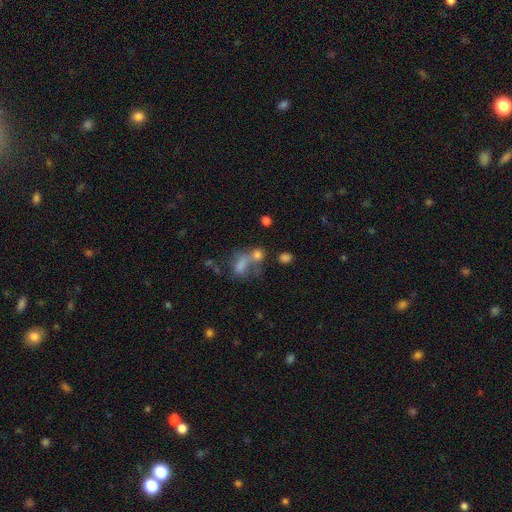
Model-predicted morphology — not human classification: Smooth or featured: smooth — 55% (star or artifact — 23%)
How rounded: in between — 66% (round — 27%)
Merging: merger — 42% (none — 32%)